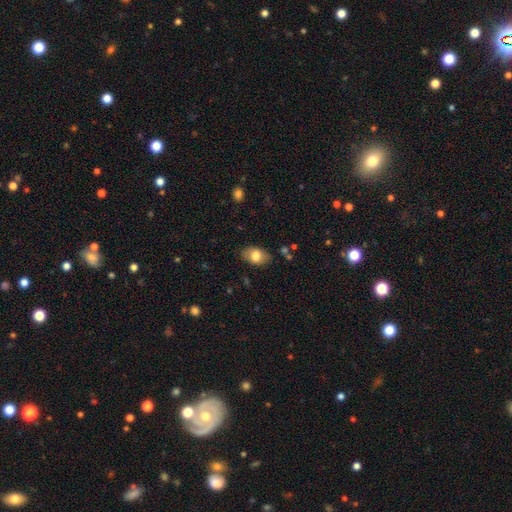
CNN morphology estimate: Smooth or featured?
  - smooth: 78% *
  - featured or disk: 15%
  - star or artifact: 7%
How rounded?
  - in between: 88% *
  - round: 11%
  - cigar-shaped: 1%
Merging?
  - none: 81% *
  - minor disturbance: 14%
  - major disturbance: 3%
  - merger: 2%